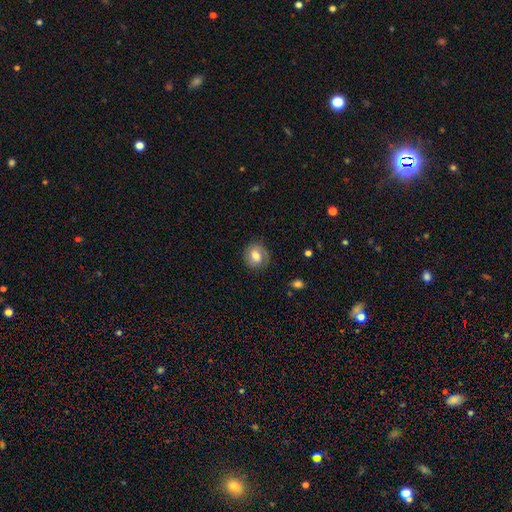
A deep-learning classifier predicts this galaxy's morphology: This appears to be a smooth galaxy with no disk features (69%) that is round (72%). Merging: none (79%).